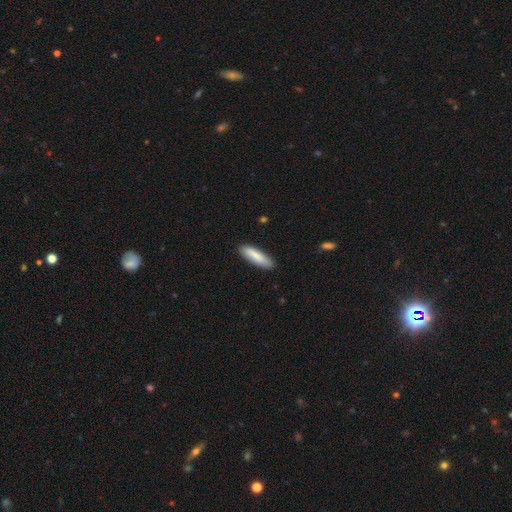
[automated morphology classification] smooth-or-featured: smooth: 84% | featured or disk: 11% | star or artifact: 5%
  how-rounded: cigar-shaped: 65% | in between: 34% | round: 1%
  merging: none: 87% | minor disturbance: 10% | major disturbance: 2% | merger: 1%